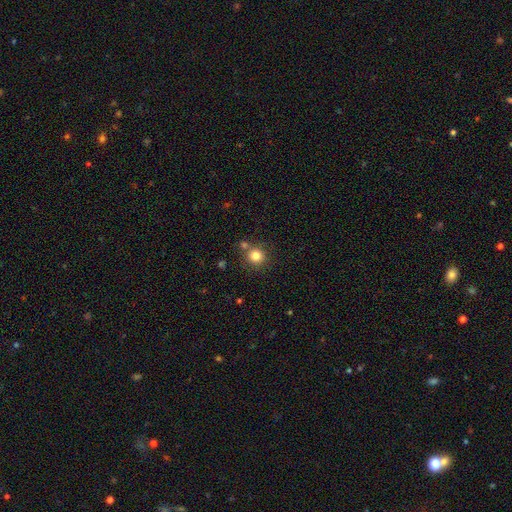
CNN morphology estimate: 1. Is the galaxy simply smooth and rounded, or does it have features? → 82% smooth, 12% star or artifact, 6% featured or disk.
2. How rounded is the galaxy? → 91% round, 8% in between, 1% cigar-shaped.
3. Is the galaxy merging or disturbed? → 74% none, 13% merger, 9% minor disturbance, 3% major disturbance.